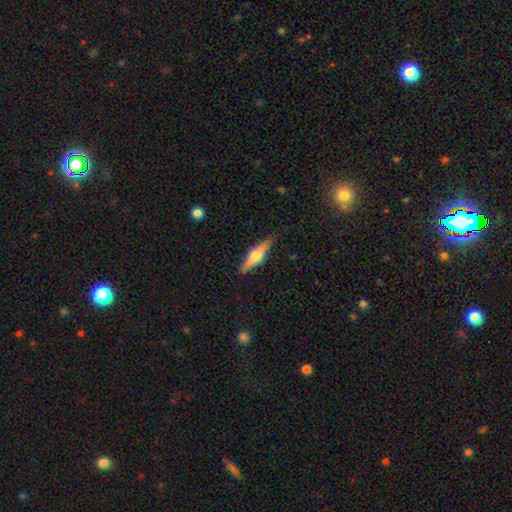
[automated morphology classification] Smooth or featured: featured or disk — 70% (smooth — 24%)
Edge-on disk: yes — 97% (no — 3%)
Edge-on bulge: rounded — 93% (boxy — 5%)
Merging: none — 88% (minor disturbance — 9%)